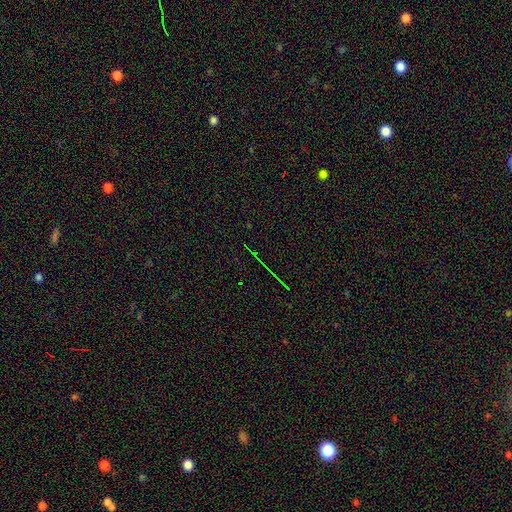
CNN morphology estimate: The model was most divided on "smooth or featured": star or artifact: 81%, featured or disk: 10%, smooth: 9%.